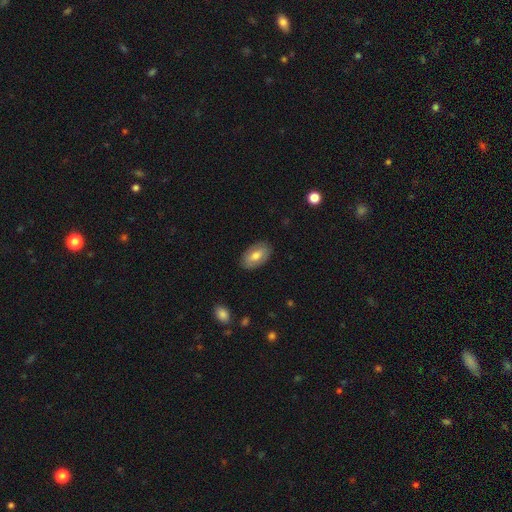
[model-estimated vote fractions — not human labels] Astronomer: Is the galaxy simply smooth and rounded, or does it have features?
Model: smooth — 65%.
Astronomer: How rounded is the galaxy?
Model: in between — 93%.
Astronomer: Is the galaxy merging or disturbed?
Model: none — 86%.